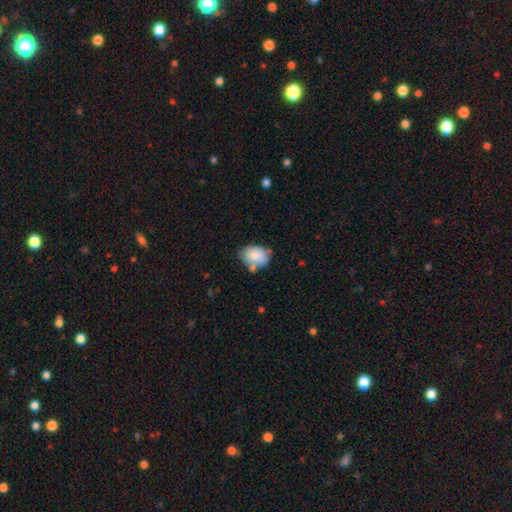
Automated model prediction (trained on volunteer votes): Smooth or featured? Predicted: smooth (p=0.81). How rounded? Predicted: in between (p=0.74). Merging? Predicted: none (p=0.54).